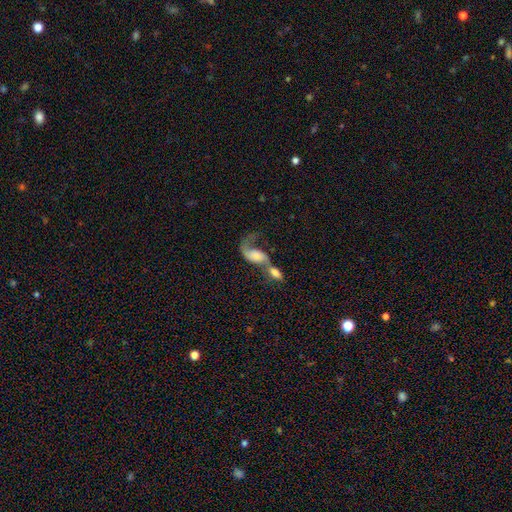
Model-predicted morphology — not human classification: Smooth or featured: featured or disk — 63% (smooth — 29%)
Edge-on disk: no — 95% (yes — 5%)
Bar: no — 63% (weak — 28%)
Spiral arms: yes — 85% (no — 15%)
Spiral winding: loose — 80% (medium — 16%)
Spiral arm count: 2 — 54% (1 — 40%)
Bulge size: none — 30% (large — 23%)
Merging: merger — 65% (major disturbance — 15%)